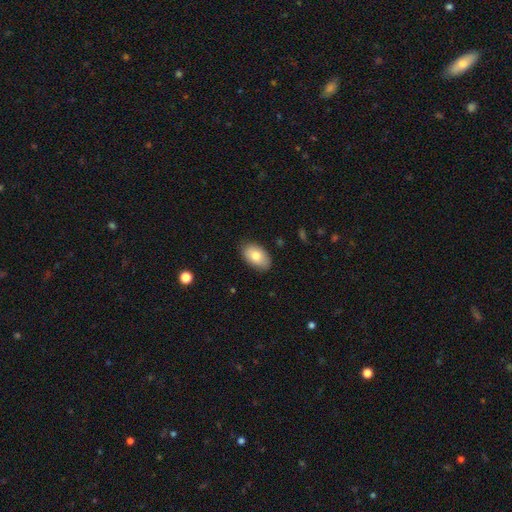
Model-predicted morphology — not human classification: Overall: smooth (79%). How rounded: in between (92%). Merging: none (85%).